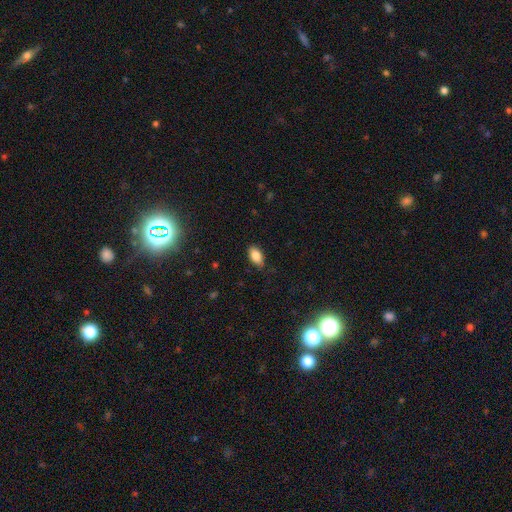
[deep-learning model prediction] Smooth or featured? smooth (84%)
How rounded? in between (92%)
Merging? none (82%)